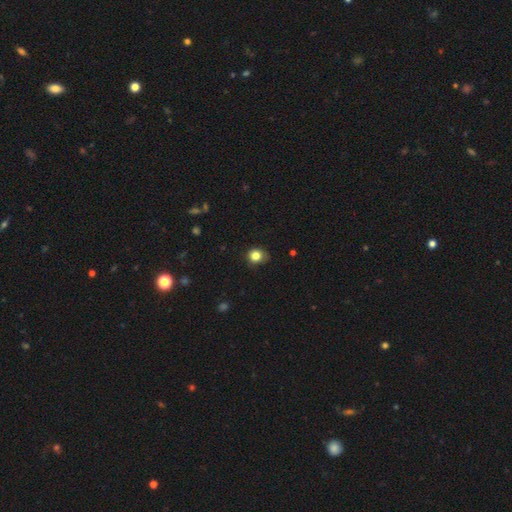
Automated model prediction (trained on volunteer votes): A smooth galaxy with no disk features (82%) that is round (77%).

Vote fractions:
- Smooth or featured? smooth: 82% / star or artifact: 11% / featured or disk: 7%
- How rounded? round: 77% / in between: 22% / cigar-shaped: 1%
- Merging? none: 75% / minor disturbance: 21% / major disturbance: 4% / merger: 1%